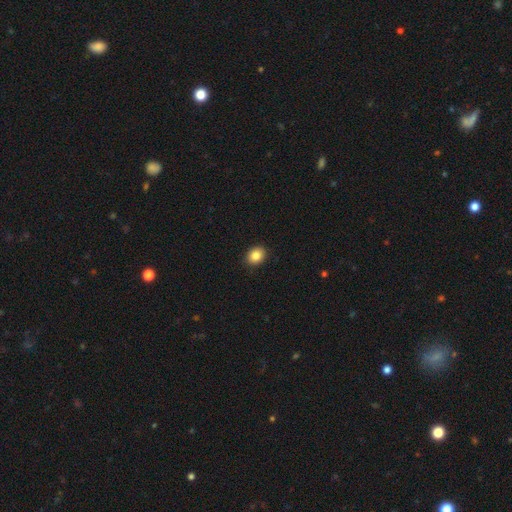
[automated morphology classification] A smooth galaxy with no disk features (85%) that is round (54%).

Vote fractions:
- Smooth or featured? smooth: 85% / star or artifact: 9% / featured or disk: 6%
- How rounded? round: 54% / in between: 45% / cigar-shaped: 1%
- Merging? none: 91% / minor disturbance: 6% / major disturbance: 2% / merger: 1%